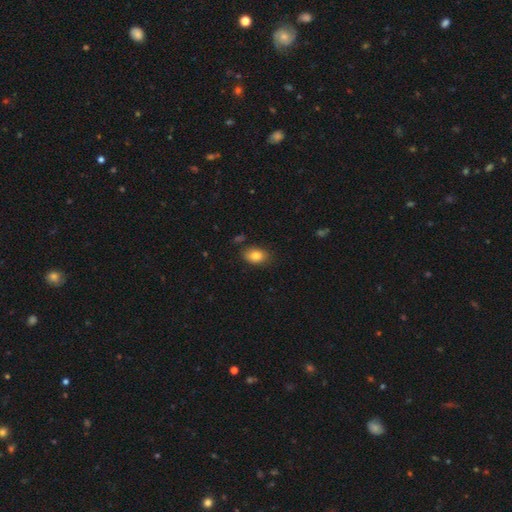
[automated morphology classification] smooth-or-featured: smooth: 82% | featured or disk: 9% | star or artifact: 9%
  how-rounded: in between: 83% | round: 16% | cigar-shaped: 1%
  merging: none: 82% | minor disturbance: 13% | major disturbance: 3% | merger: 2%